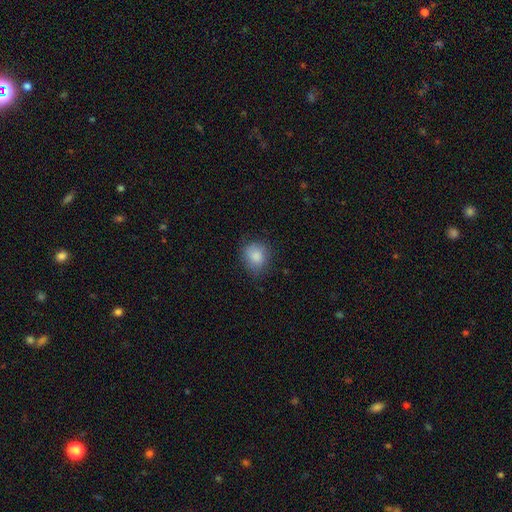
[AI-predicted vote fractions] Smooth or featured? Predicted: smooth (p=0.85). How rounded? Predicted: round (p=0.70). Merging? Predicted: none (p=0.71).